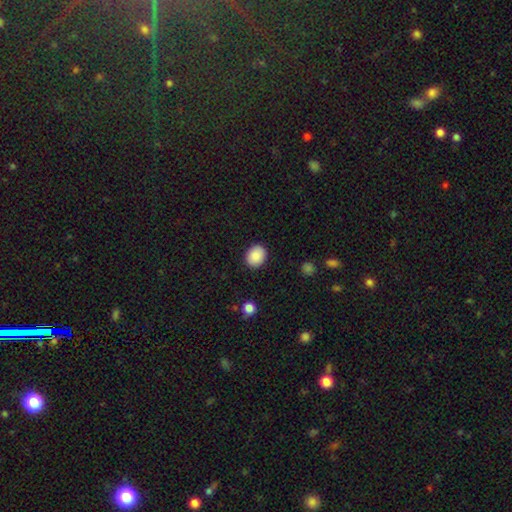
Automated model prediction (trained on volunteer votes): A smooth galaxy with no disk features (89%) that is round (54%).

Vote fractions:
- Smooth or featured? smooth: 89% / star or artifact: 8% / featured or disk: 4%
- How rounded? round: 54% / in between: 45% / cigar-shaped: 1%
- Merging? none: 90% / minor disturbance: 7% / major disturbance: 2% / merger: 1%